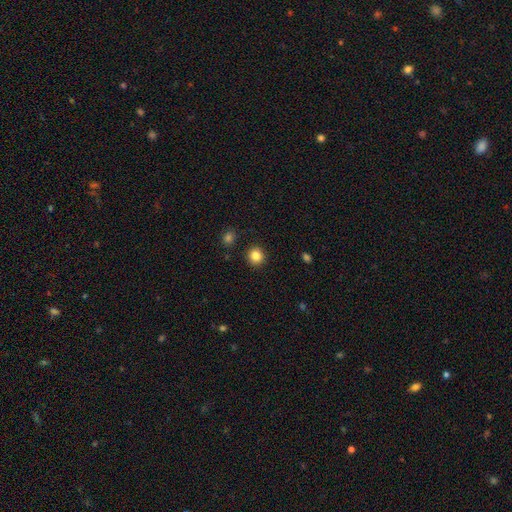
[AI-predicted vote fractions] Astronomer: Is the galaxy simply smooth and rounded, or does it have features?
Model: smooth — 85%.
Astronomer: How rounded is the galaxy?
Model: round — 91%.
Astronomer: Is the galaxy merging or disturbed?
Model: none — 92%.